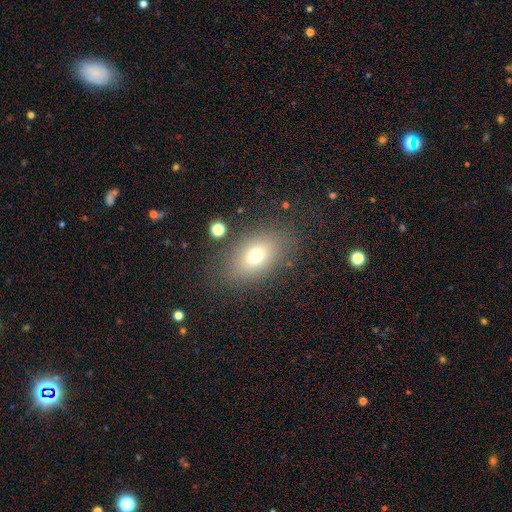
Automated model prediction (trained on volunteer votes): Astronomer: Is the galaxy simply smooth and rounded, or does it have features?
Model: smooth — 70%.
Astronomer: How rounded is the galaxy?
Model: in between — 81%.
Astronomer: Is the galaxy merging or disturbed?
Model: none — 79%.